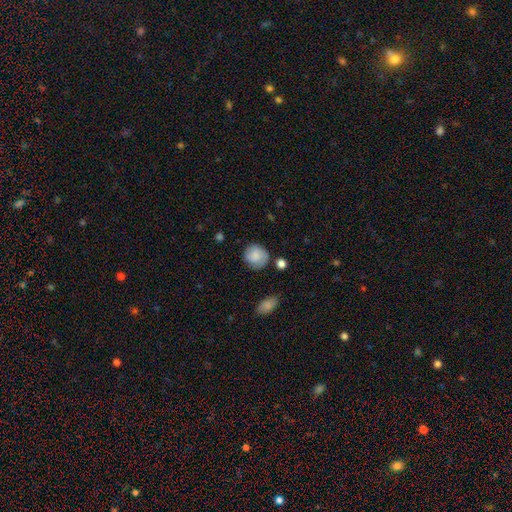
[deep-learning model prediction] A smooth galaxy with no disk features (73%) that is round (84%). Merging: none (72%).